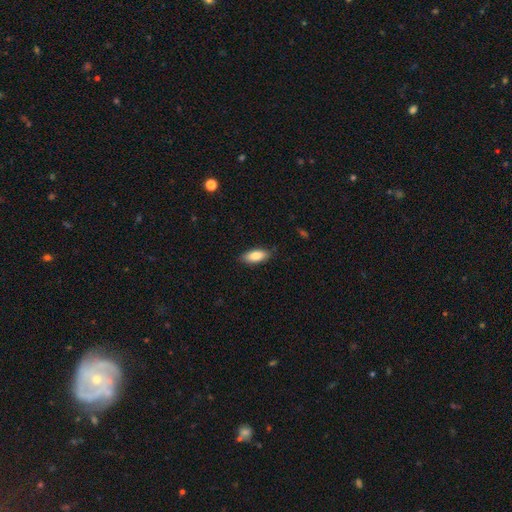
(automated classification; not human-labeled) Morphology: type=smooth (83%); roundness=in between (82%); merging=none (85%).